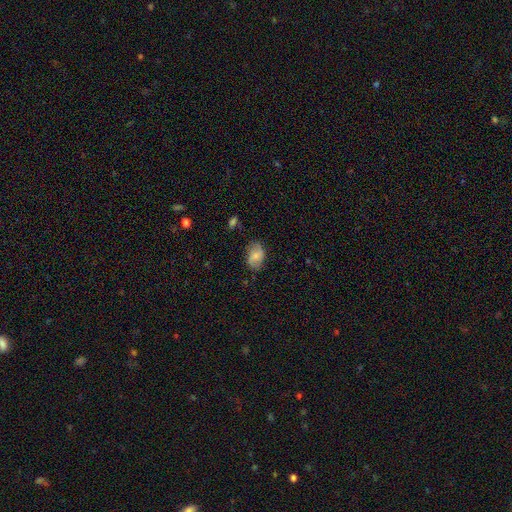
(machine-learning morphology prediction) Smooth or featured: smooth — 61% (featured or disk — 31%)
How rounded: in between — 84% (round — 14%)
Merging: none — 72% (minor disturbance — 21%)